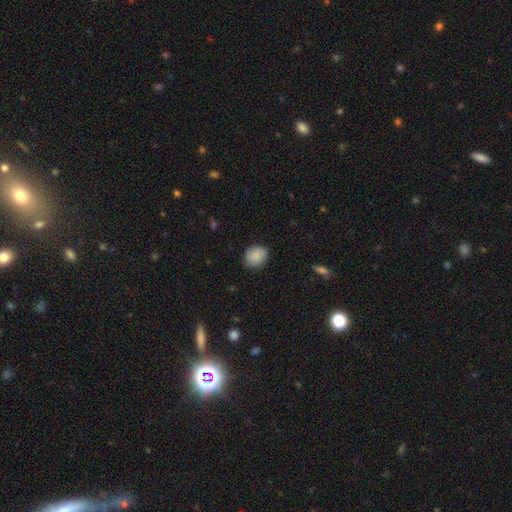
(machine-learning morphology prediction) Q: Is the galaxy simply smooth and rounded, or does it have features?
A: smooth — 86%.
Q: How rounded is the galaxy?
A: round — 52%.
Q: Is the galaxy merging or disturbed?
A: none — 81%.